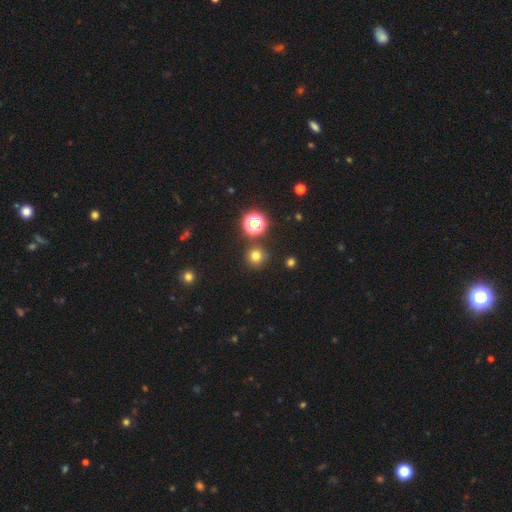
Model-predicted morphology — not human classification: smooth 73%, star or artifact 20%, featured or disk 6%. Down the decision tree: how rounded — round (95%); merging — none (88%).